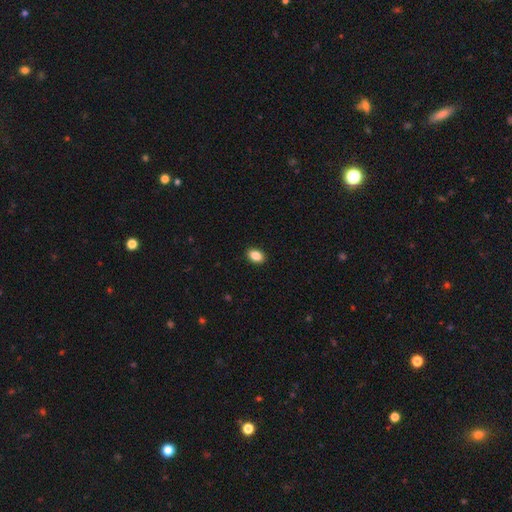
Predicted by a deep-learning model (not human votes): Morphology: type=smooth (86%); roundness=in between (83%); merging=none (91%).